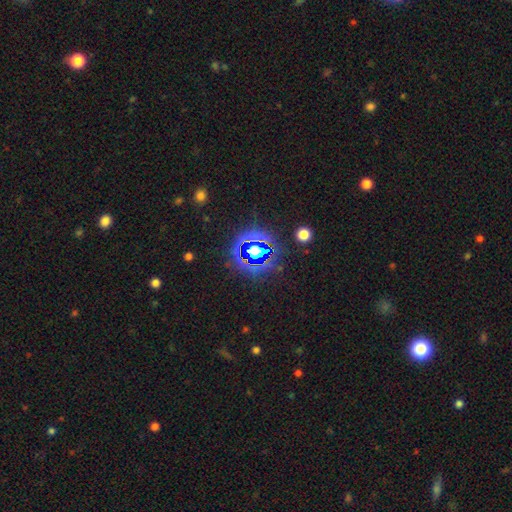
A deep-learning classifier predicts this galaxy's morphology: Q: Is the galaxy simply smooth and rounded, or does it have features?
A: star or artifact — 80%.